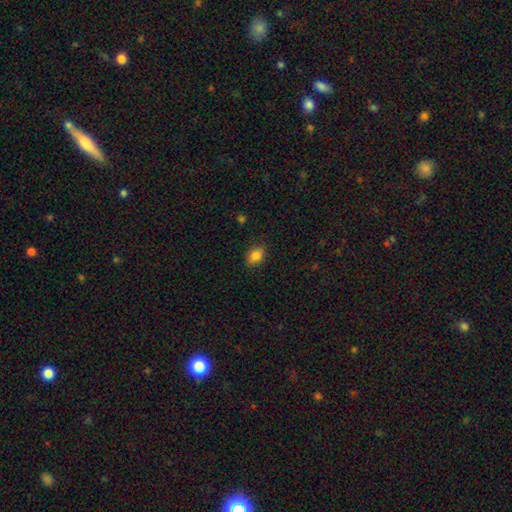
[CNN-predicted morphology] Smooth or featured? Predicted: smooth (p=0.84). How rounded? Predicted: in between (p=0.68). Merging? Predicted: none (p=0.86).